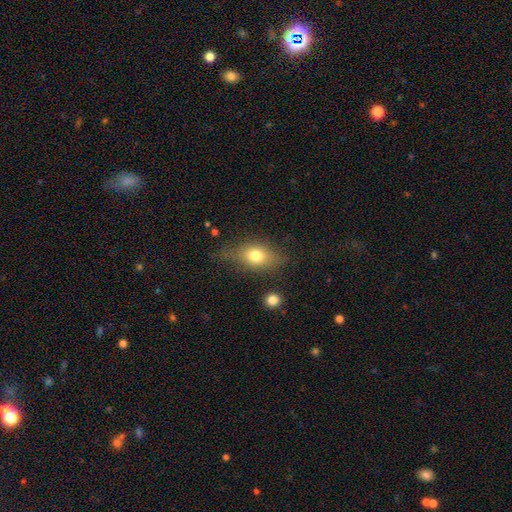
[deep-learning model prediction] Smooth or featured? Predicted: smooth (p=0.72). How rounded? Predicted: in between (p=0.74). Merging? Predicted: none (p=0.65).